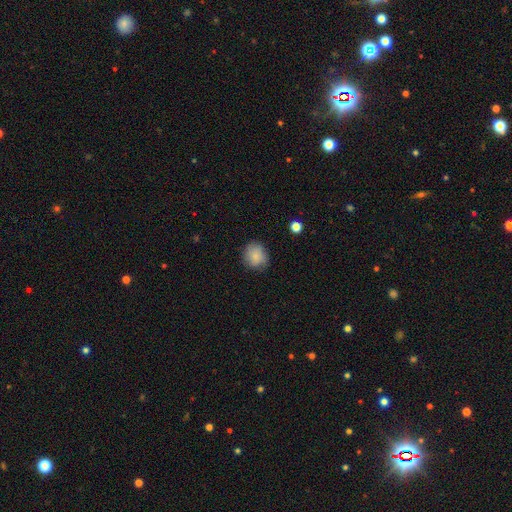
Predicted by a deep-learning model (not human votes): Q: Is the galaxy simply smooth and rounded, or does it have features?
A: smooth — 85%.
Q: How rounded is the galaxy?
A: round — 82%.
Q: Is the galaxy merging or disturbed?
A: none — 80%.